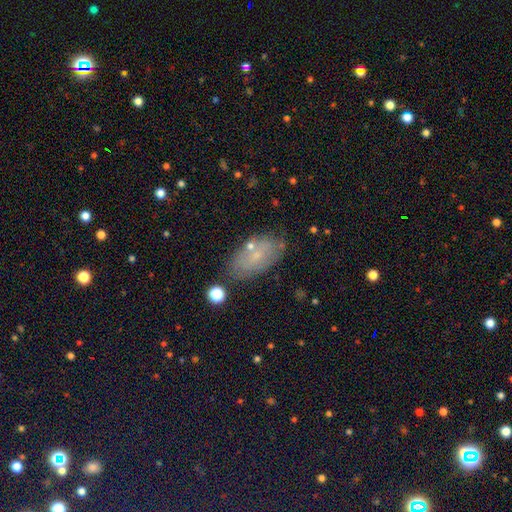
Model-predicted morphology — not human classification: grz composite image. It shows a smooth galaxy with no disk features (52%) that is in between round and cigar-shaped (90%). Merging: none (72%).